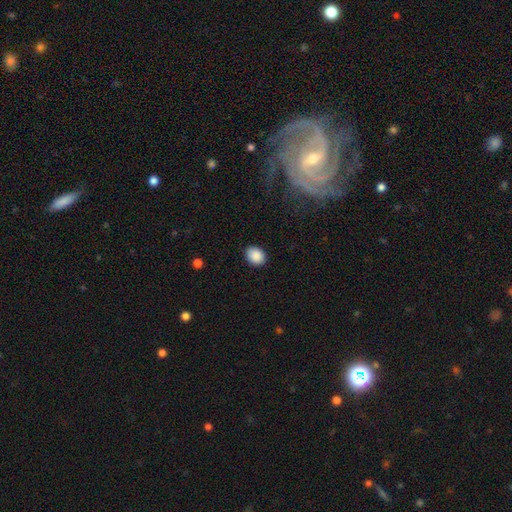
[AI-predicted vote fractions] Smooth or featured: smooth — 89% (star or artifact — 8%)
How rounded: in between — 61% (round — 38%)
Merging: none — 87% (minor disturbance — 10%)